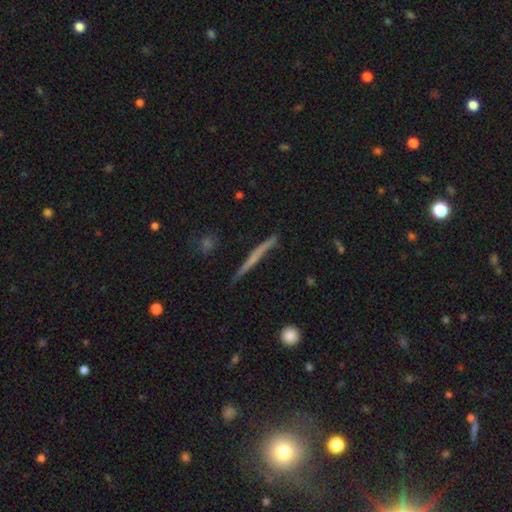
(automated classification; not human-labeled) This appears to be a featured or disk galaxy (55%) viewed edge-on (97%) with no central bulge (83%). Merging: none (88%).